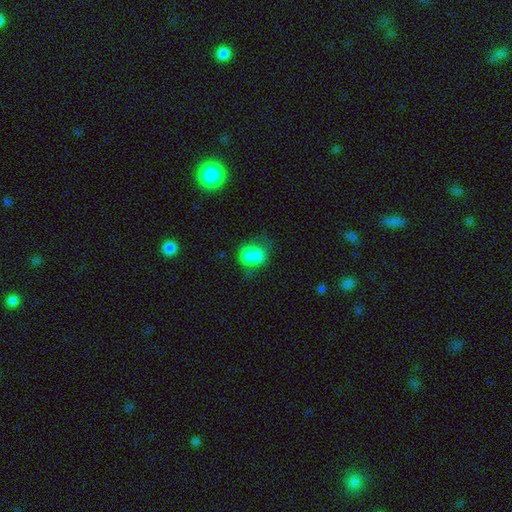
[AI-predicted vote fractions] A smooth galaxy with no disk features (75%) that is in between round and cigar-shaped (51%).

Vote fractions:
- Smooth or featured? smooth: 75% / featured or disk: 15% / star or artifact: 10%
- How rounded? in between: 51% / round: 48% / cigar-shaped: 1%
- Merging? merger: 38% / none: 30% / minor disturbance: 19% / major disturbance: 12%